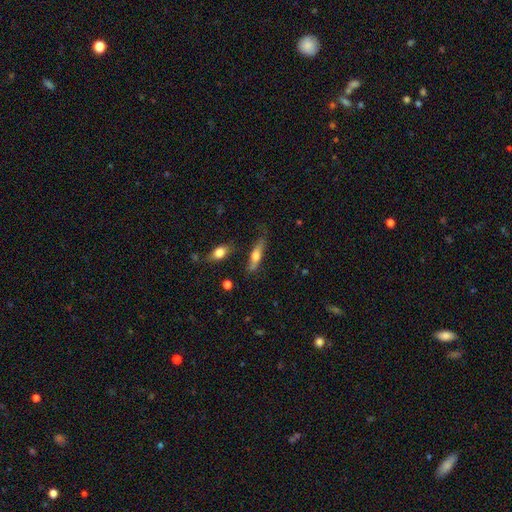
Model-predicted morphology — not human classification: smooth-or-featured: smooth: 51% | featured or disk: 42% | star or artifact: 7%
  how-rounded: cigar-shaped: 70% | in between: 27% | round: 3%
  merging: none: 74% | minor disturbance: 17% | major disturbance: 5% | merger: 4%